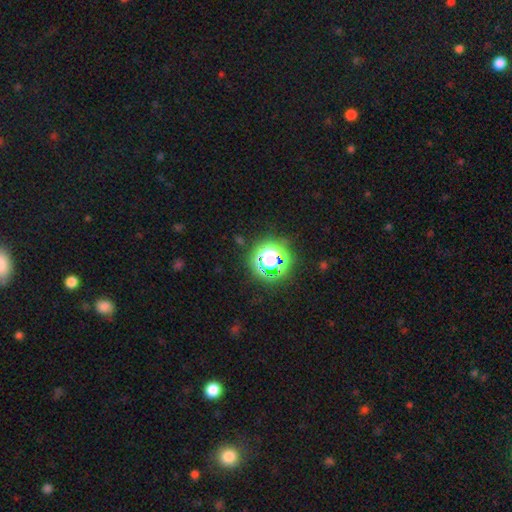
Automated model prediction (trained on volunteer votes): smooth_or_featured: star or artifact (p=0.75) [alt: smooth p=0.18]